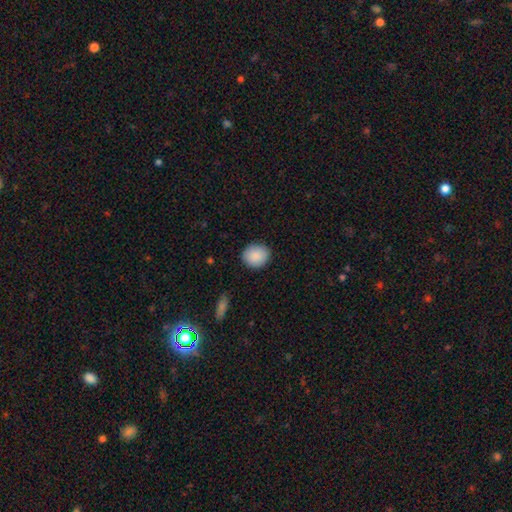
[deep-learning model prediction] Smooth or featured?
  - smooth: 89% *
  - star or artifact: 7%
  - featured or disk: 4%
How rounded?
  - round: 76% *
  - in between: 23%
  - cigar-shaped: 1%
Merging?
  - none: 88% *
  - minor disturbance: 9%
  - major disturbance: 2%
  - merger: 1%